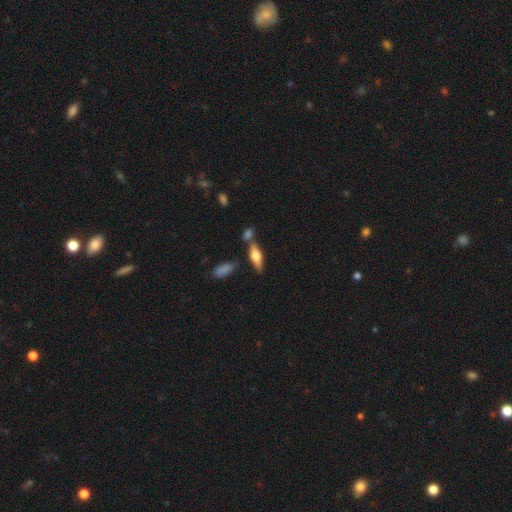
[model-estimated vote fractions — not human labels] The model was most divided on "smooth or featured": smooth: 49%, featured or disk: 43%, star or artifact: 8%. More confident: merging — none (64%).